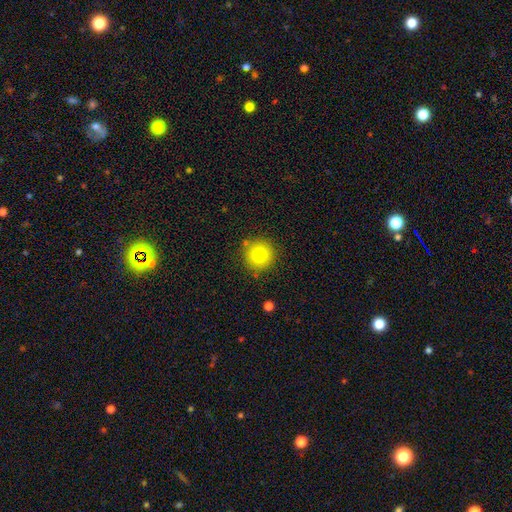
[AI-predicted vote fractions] Smooth or featured? smooth (82%)
How rounded? round (95%)
Merging? none (85%)